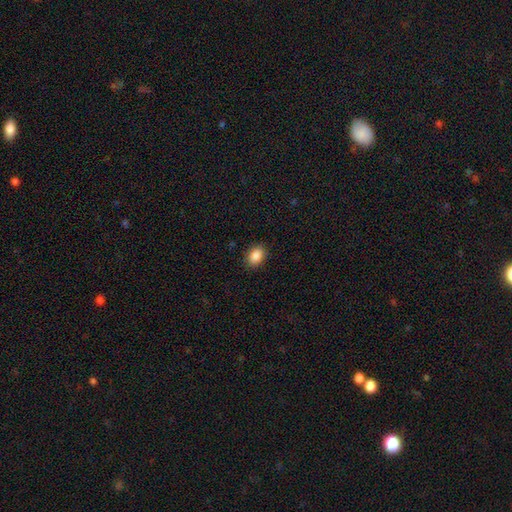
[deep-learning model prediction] Smooth or featured: smooth — 88% (star or artifact — 8%)
How rounded: in between — 78% (round — 20%)
Merging: none — 89% (minor disturbance — 8%)